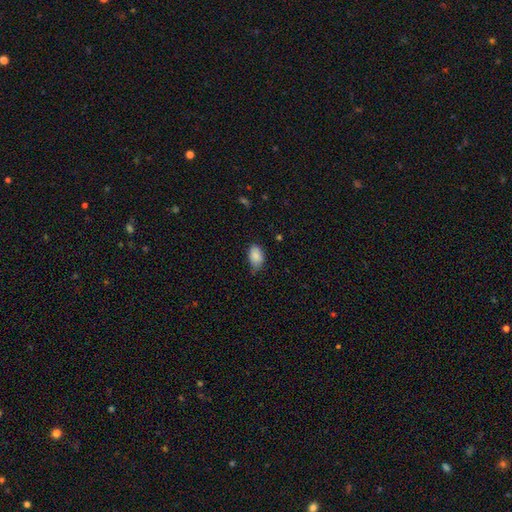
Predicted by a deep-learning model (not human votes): The model was most divided on "merging": none: 57%, minor disturbance: 36%, major disturbance: 6%, merger: 2%. More confident: how rounded — in between (91%); smooth or featured — smooth (87%).